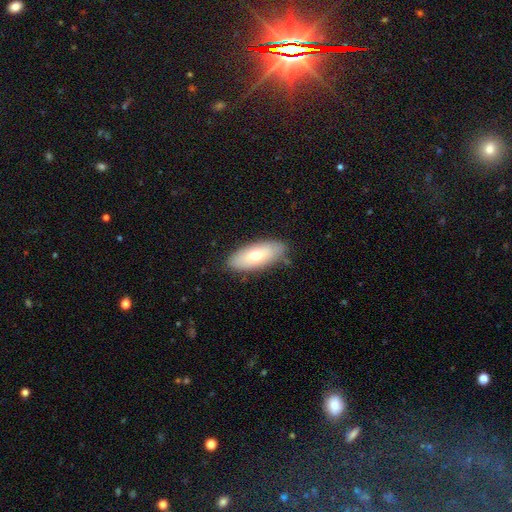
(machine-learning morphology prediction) type=smooth (68%); roundness=in between (80%); merging=none (83%).